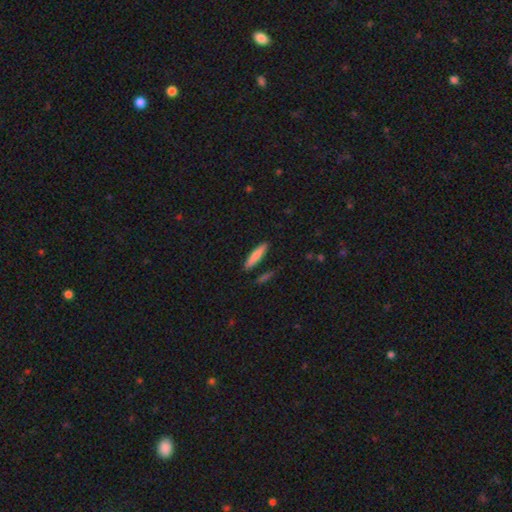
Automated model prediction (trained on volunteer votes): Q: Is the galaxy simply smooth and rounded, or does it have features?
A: smooth — 80%.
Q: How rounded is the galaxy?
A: cigar-shaped — 84%.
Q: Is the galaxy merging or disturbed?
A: none — 86%.